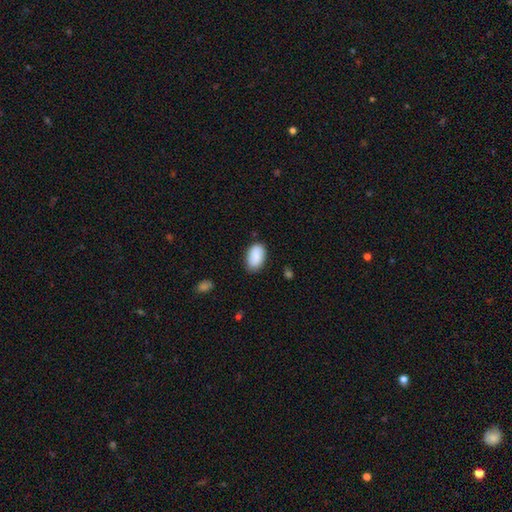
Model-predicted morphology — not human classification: Smooth or featured? Predicted: smooth (p=0.86). How rounded? Predicted: in between (p=0.94). Merging? Predicted: none (p=0.79).